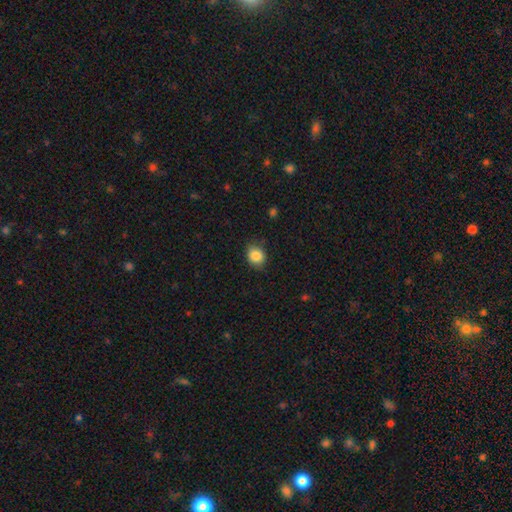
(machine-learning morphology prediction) A smooth galaxy with no disk features (87%) that is round (58%).

Vote fractions:
- Smooth or featured? smooth: 87% / star or artifact: 9% / featured or disk: 4%
- How rounded? round: 58% / in between: 41% / cigar-shaped: 1%
- Merging? none: 81% / minor disturbance: 15% / major disturbance: 3% / merger: 1%